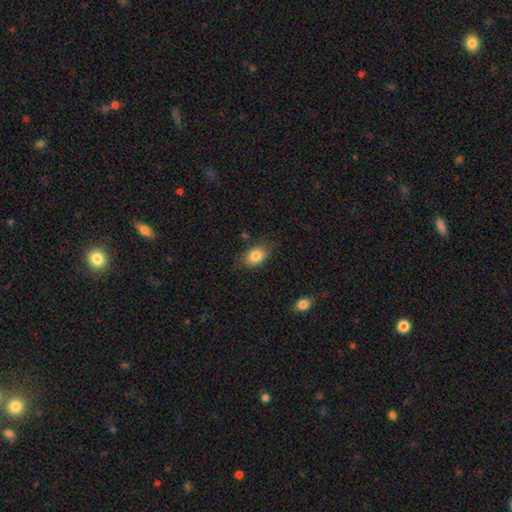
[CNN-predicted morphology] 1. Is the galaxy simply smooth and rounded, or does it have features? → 83% smooth, 9% featured or disk, 8% star or artifact.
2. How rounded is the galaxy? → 80% in between, 18% round, 1% cigar-shaped.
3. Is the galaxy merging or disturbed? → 78% none, 16% minor disturbance, 4% major disturbance, 2% merger.